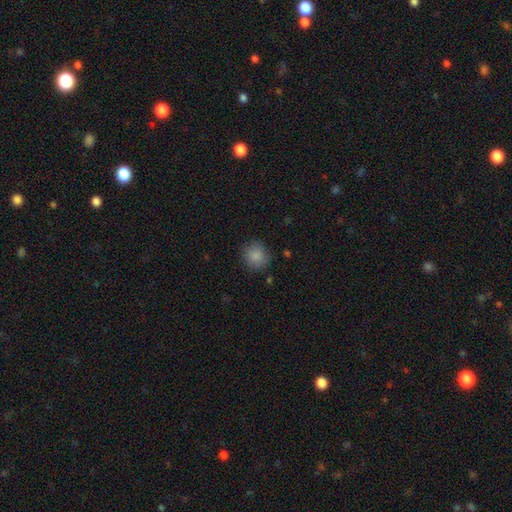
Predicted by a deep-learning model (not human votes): This appears to be a smooth galaxy with no disk features (87%) that is round (88%). Merging: none (84%).